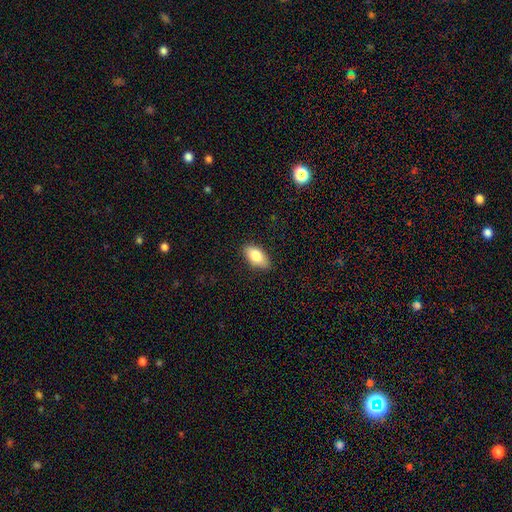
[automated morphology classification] A smooth galaxy with no disk features (79%) that is in between round and cigar-shaped (89%). Merging: none (87%).